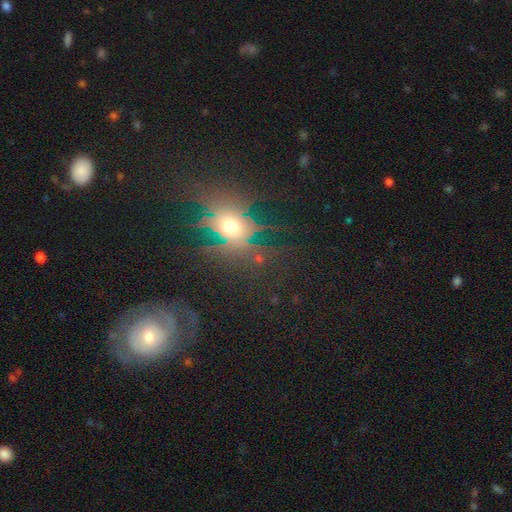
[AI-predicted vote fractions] A star or artifact, not a galaxy (37%).

Vote fractions:
- Smooth or featured? star or artifact: 37% / featured or disk: 35% / smooth: 28%